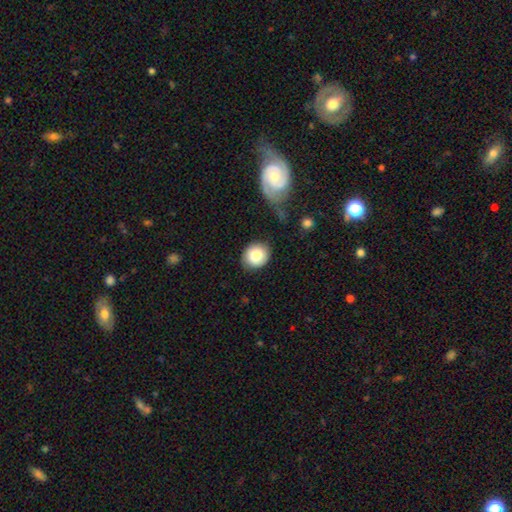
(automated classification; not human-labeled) smooth_or_featured: smooth (p=0.82) [alt: featured or disk p=0.10]
how_rounded: round (p=0.78) [alt: in between p=0.21]
merging: none (p=0.83) [alt: minor disturbance p=0.11]